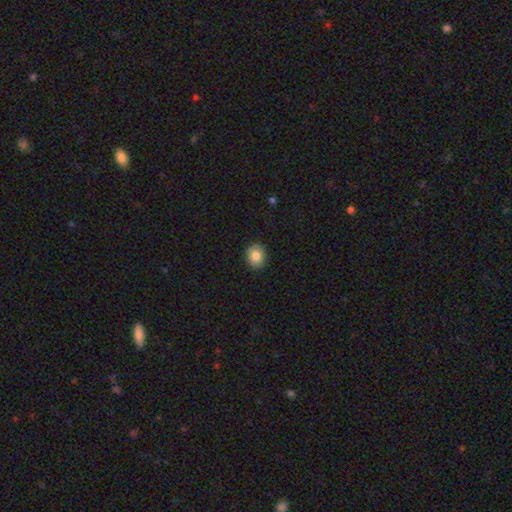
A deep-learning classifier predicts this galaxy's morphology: smooth 83%, star or artifact 9%, featured or disk 8%. Down the decision tree: how rounded — round (60%); merging — none (90%).